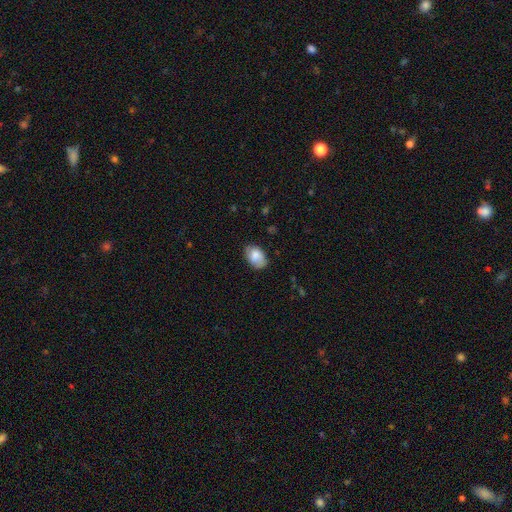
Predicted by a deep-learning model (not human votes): smooth-or-featured: smooth: 78% | featured or disk: 15% | star or artifact: 7%
  how-rounded: in between: 88% | round: 11% | cigar-shaped: 1%
  merging: none: 69% | minor disturbance: 24% | major disturbance: 5% | merger: 1%